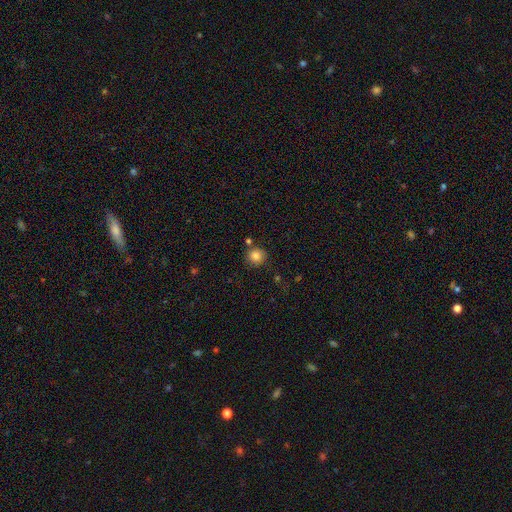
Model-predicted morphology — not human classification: This is clearly a smooth galaxy (84%). How rounded: clearly round (91%). Merging: likely none (79%).